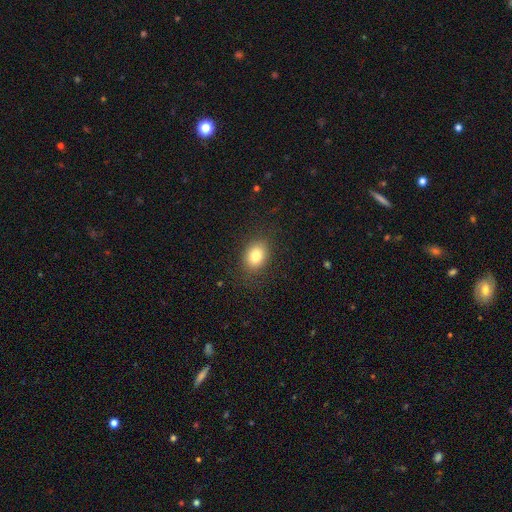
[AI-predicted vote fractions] Smooth or featured: smooth — 80% (star or artifact — 10%)
How rounded: in between — 62% (round — 38%)
Merging: none — 84% (minor disturbance — 11%)